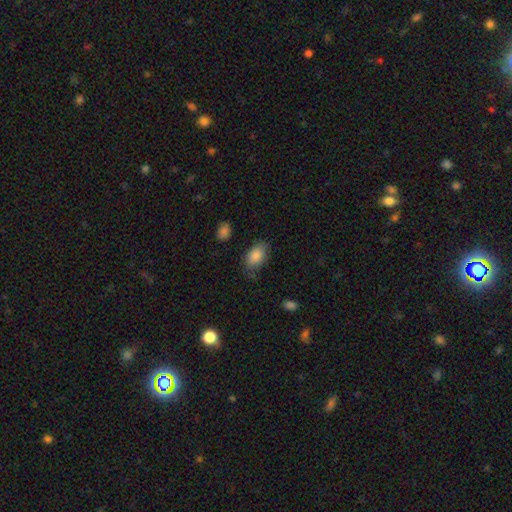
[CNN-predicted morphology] The model was most divided on "merging": none: 69%, minor disturbance: 23%, major disturbance: 6%, merger: 2%. More confident: how rounded — in between (92%); smooth or featured — smooth (85%).